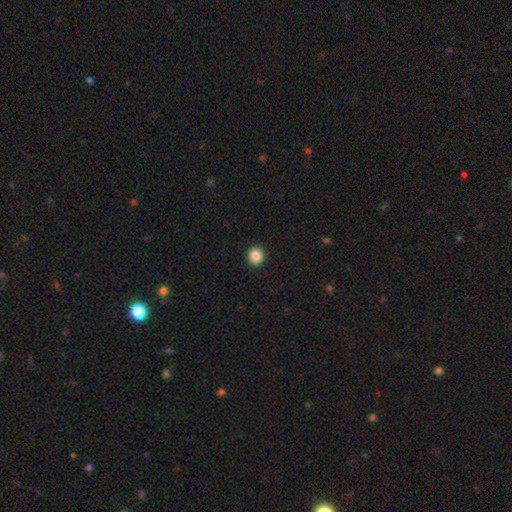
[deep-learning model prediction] Smooth or featured: smooth — 88% (star or artifact — 9%)
How rounded: round — 86% (in between — 13%)
Merging: none — 92% (minor disturbance — 5%)